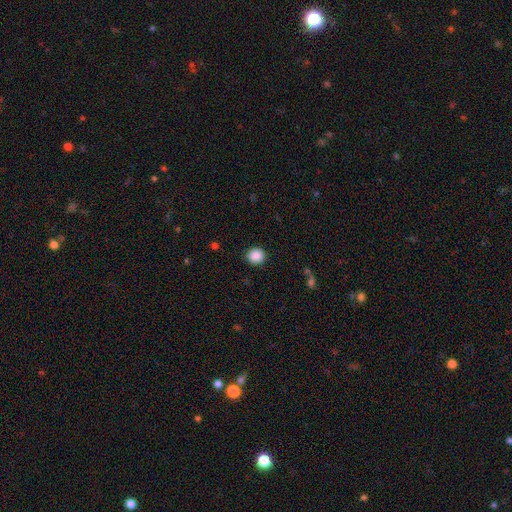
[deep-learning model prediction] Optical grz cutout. It shows a smooth galaxy with no disk features (88%) that is round (88%). Merging: none (90%).